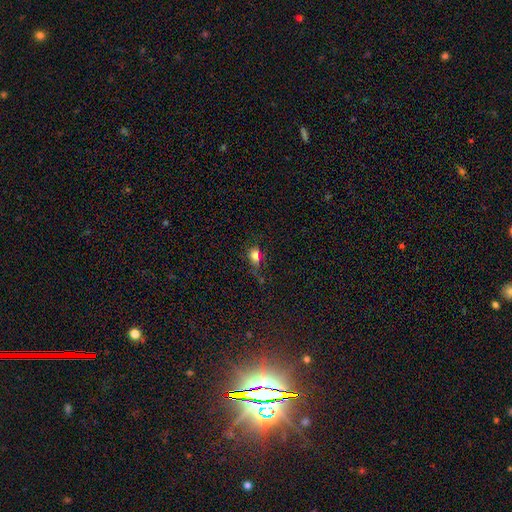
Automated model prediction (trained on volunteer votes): Smooth or featured?
  - smooth: 73% *
  - star or artifact: 19%
  - featured or disk: 8%
How rounded?
  - in between: 68% *
  - round: 27%
  - cigar-shaped: 4%
Merging?
  - none: 55% *
  - minor disturbance: 25%
  - major disturbance: 13%
  - merger: 6%